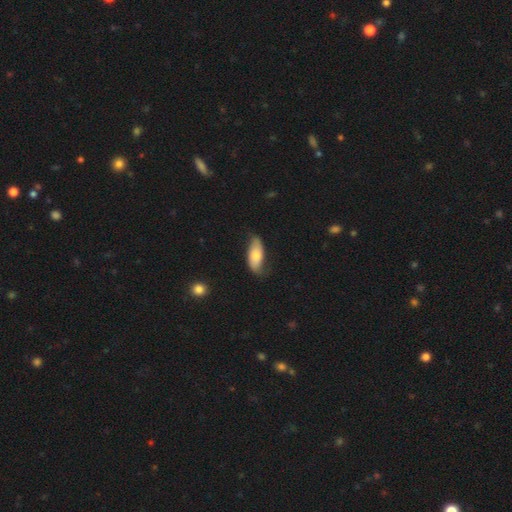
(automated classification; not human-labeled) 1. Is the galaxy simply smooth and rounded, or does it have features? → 67% smooth, 27% featured or disk, 6% star or artifact.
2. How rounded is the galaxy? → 83% in between, 14% cigar-shaped, 2% round.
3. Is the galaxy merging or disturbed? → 58% none, 31% minor disturbance, 8% major disturbance, 2% merger.